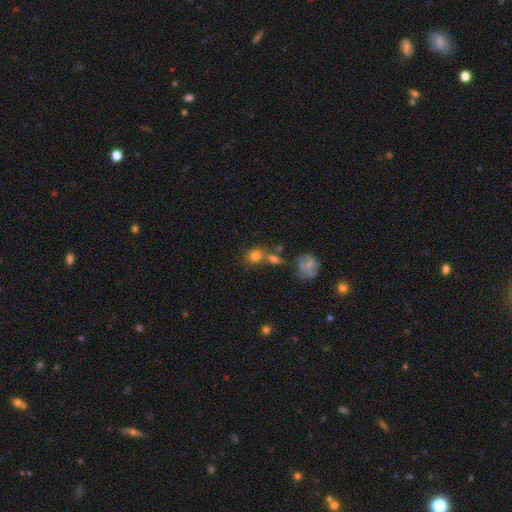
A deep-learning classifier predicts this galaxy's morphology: This is likely a smooth galaxy (75%). How rounded: likely round (72%). Merging: possibly none (48%).